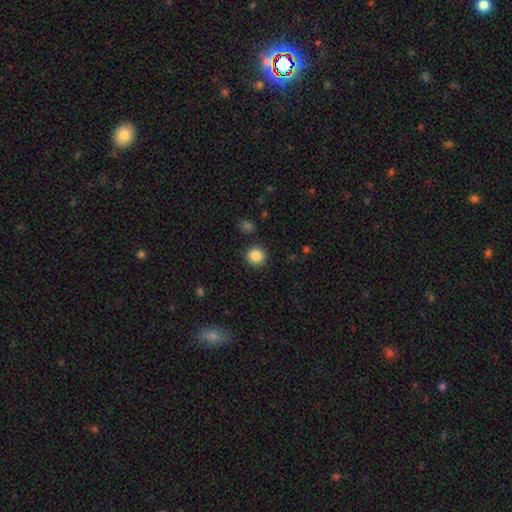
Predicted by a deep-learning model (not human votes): smooth_or_featured: smooth (p=0.87) [alt: star or artifact p=0.10]
how_rounded: round (p=0.88) [alt: in between p=0.12]
merging: none (p=0.90) [alt: minor disturbance p=0.06]